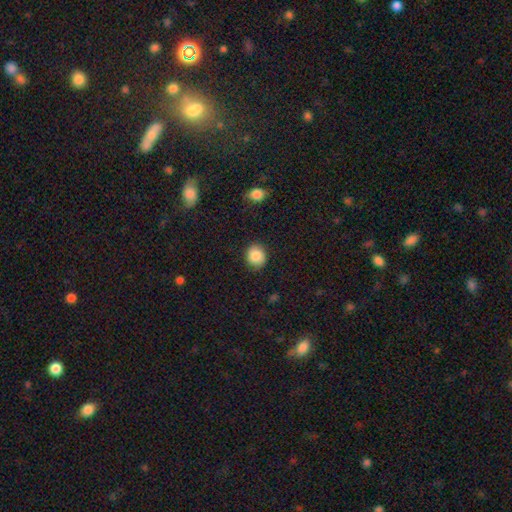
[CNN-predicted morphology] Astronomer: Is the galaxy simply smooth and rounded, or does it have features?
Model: smooth — 87%.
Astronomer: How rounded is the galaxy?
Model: round — 75%.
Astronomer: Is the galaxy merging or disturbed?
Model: none — 86%.